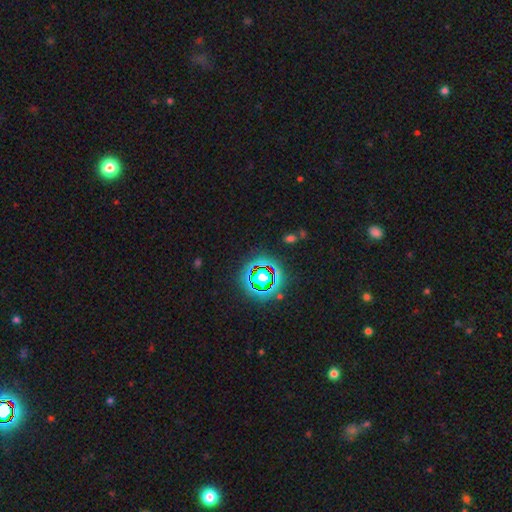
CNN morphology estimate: A star or artifact, not a galaxy (77%).

Vote fractions:
- Smooth or featured? star or artifact: 77% / smooth: 14% / featured or disk: 8%